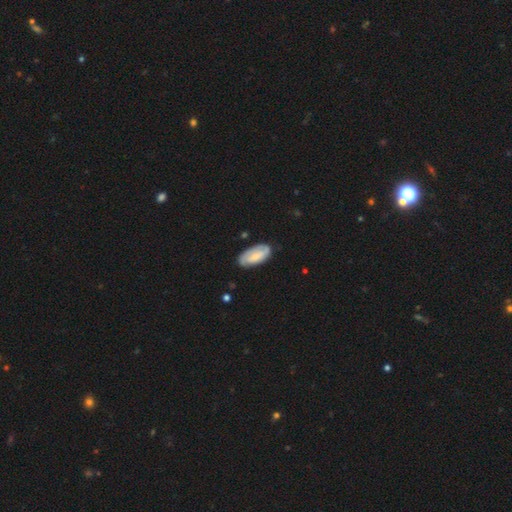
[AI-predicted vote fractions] A smooth galaxy with no disk features (53%) that is in between round and cigar-shaped (90%).

Vote fractions:
- Smooth or featured? smooth: 53% / featured or disk: 42% / star or artifact: 6%
- How rounded? in between: 90% / cigar-shaped: 8% / round: 2%
- Merging? none: 76% / minor disturbance: 18% / major disturbance: 4% / merger: 2%